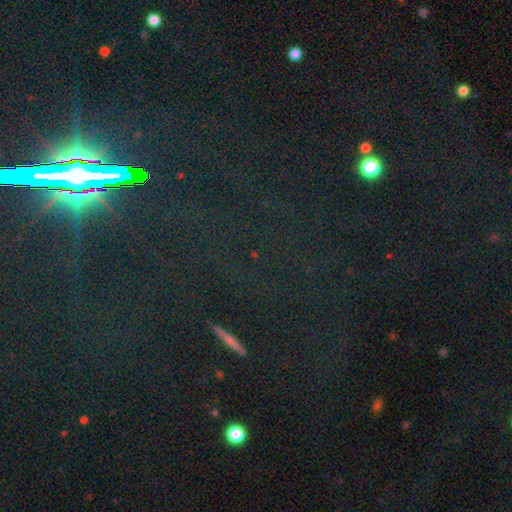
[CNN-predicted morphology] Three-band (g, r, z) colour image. It shows a star or artifact, not a galaxy (78%).